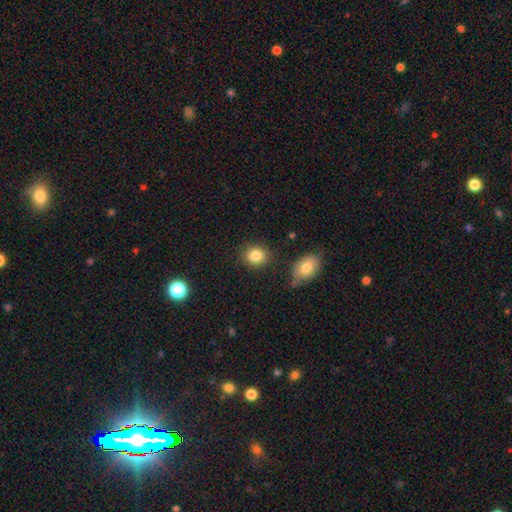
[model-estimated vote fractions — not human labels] smooth_or_featured: smooth (p=0.85) [alt: star or artifact p=0.09]
how_rounded: round (p=0.70) [alt: in between p=0.29]
merging: none (p=0.82) [alt: minor disturbance p=0.11]